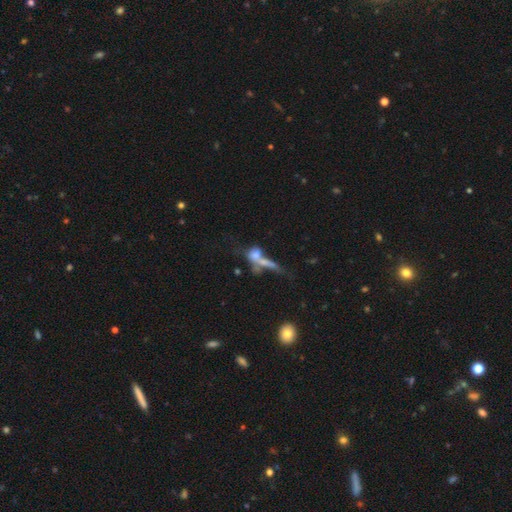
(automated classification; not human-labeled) The model was most divided on "how rounded": in between: 44%, cigar-shaped: 35%, round: 21%. More confident: merging — merger (52%); smooth or featured — smooth (51%).